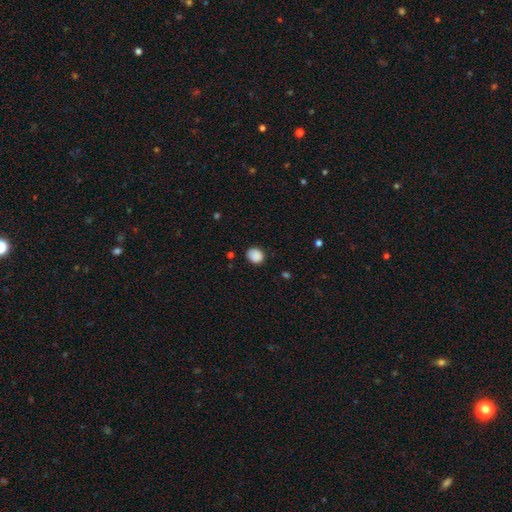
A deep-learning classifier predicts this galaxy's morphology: A smooth galaxy with no disk features (88%) that is round (66%).

Vote fractions:
- Smooth or featured? smooth: 88% / star or artifact: 9% / featured or disk: 3%
- How rounded? round: 66% / in between: 34% / cigar-shaped: 1%
- Merging? none: 84% / minor disturbance: 12% / major disturbance: 3% / merger: 1%